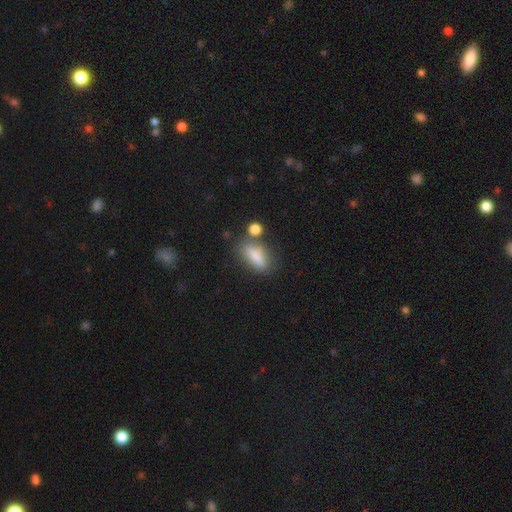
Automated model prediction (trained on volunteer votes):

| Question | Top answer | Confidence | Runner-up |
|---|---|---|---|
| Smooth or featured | smooth | 79% | featured or disk (13%) |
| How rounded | in between | 74% | cigar-shaped (21%) |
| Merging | none | 57% | minor disturbance (20%) |